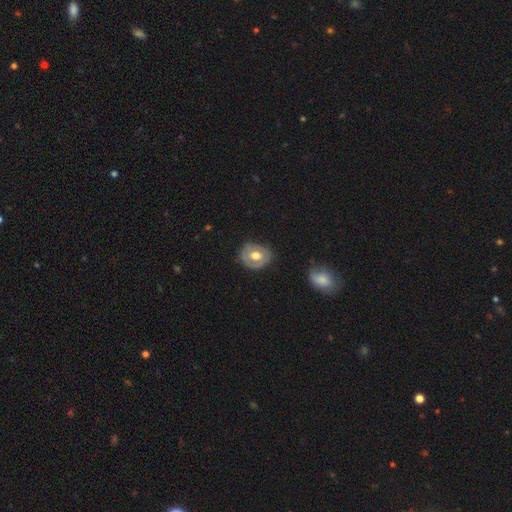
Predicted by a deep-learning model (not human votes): Q: Smooth or featured?
A: smooth (48%); runner-up: featured or disk (46%)
Q: Merging?
A: none (71%); runner-up: minor disturbance (21%)